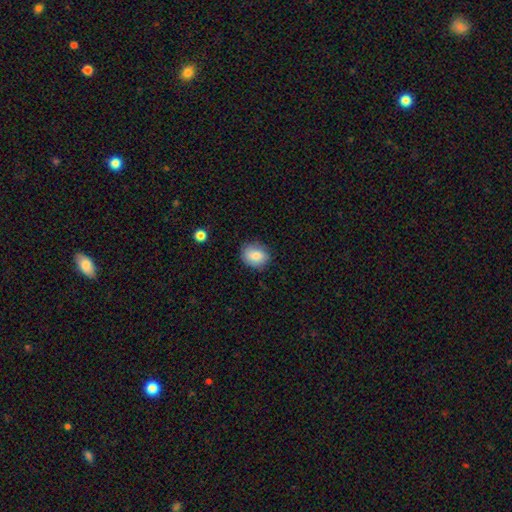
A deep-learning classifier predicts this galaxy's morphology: This is clearly a smooth galaxy (82%). How rounded: possibly round (58%). Merging: clearly none (82%).